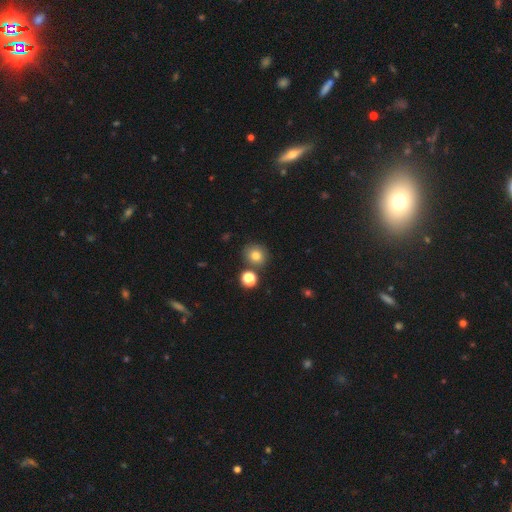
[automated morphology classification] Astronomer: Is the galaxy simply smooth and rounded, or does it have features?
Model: smooth — 79%.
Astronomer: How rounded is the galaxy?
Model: round — 84%.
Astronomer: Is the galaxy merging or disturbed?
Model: none — 75%.